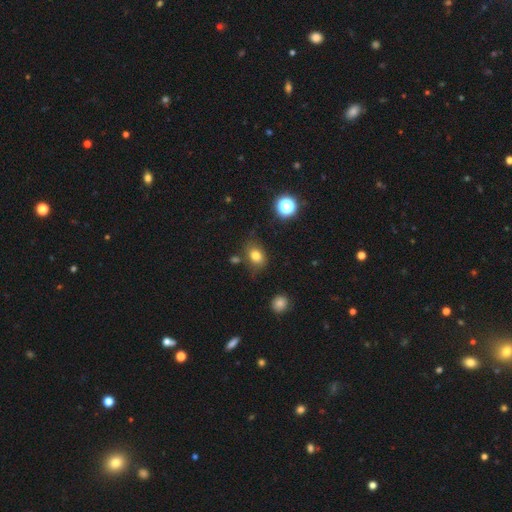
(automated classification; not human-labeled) A smooth galaxy with no disk features (78%) that is in between round and cigar-shaped (67%).

Vote fractions:
- Smooth or featured? smooth: 78% / star or artifact: 13% / featured or disk: 9%
- How rounded? in between: 67% / round: 31% / cigar-shaped: 1%
- Merging? none: 71% / minor disturbance: 18% / major disturbance: 6% / merger: 5%